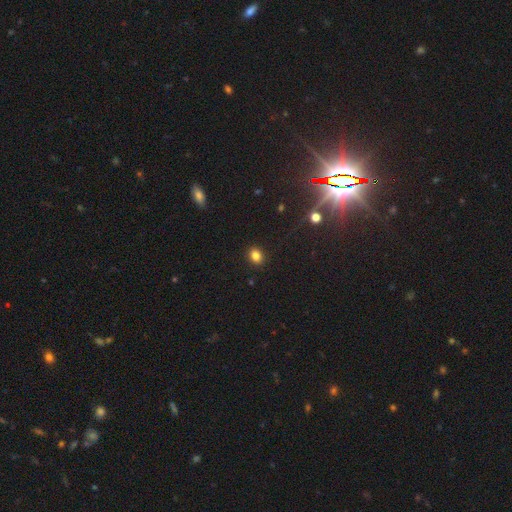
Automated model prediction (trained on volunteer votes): smooth-or-featured: smooth: 83% | star or artifact: 12% | featured or disk: 5%
  how-rounded: in between: 53% | round: 46% | cigar-shaped: 1%
  merging: none: 90% | minor disturbance: 7% | major disturbance: 2% | merger: 1%